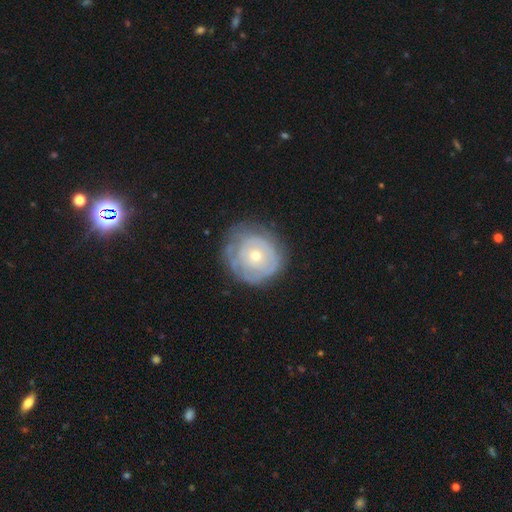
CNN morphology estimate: smooth_or_featured: featured or disk (p=0.58) [alt: smooth p=0.35]
disk_edge_on: no (p=0.97) [alt: yes p=0.03]
bar: no (p=0.89) [alt: weak p=0.09]
has_spiral_arms: no (p=0.50) [tied with: yes p=0.50]
bulge_size: small (p=0.63) [alt: moderate p=0.34]
merging: none (p=0.68) [alt: minor disturbance p=0.21]